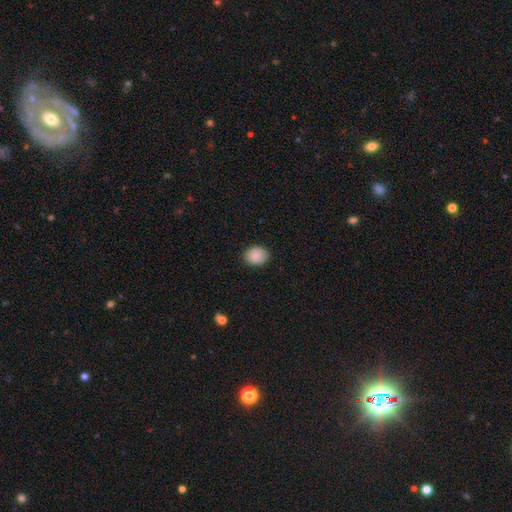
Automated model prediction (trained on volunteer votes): Overall: smooth (87%). How rounded: in between (51%; round 48%). Merging: none (88%).